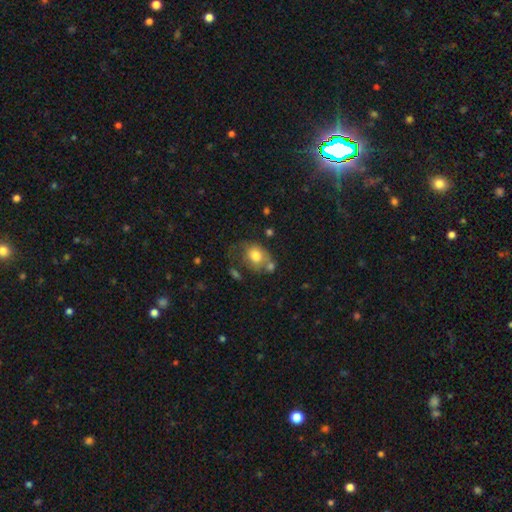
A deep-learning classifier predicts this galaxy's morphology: Smooth or featured? Predicted: smooth (p=0.72). How rounded? Predicted: in between (p=0.60). Merging? Predicted: none (p=0.32).